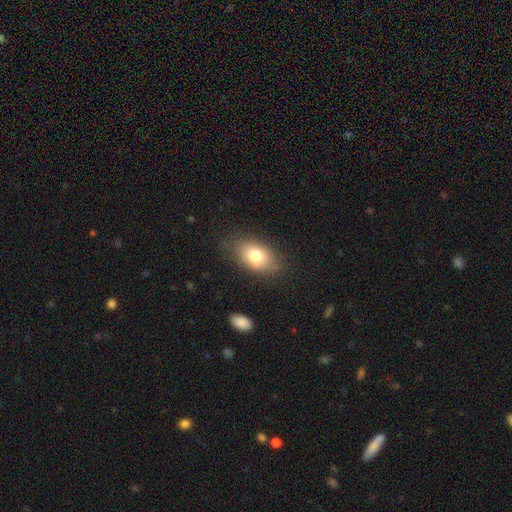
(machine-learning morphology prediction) This is likely a smooth galaxy (78%). How rounded: clearly in between (87%). Merging: likely none (78%).